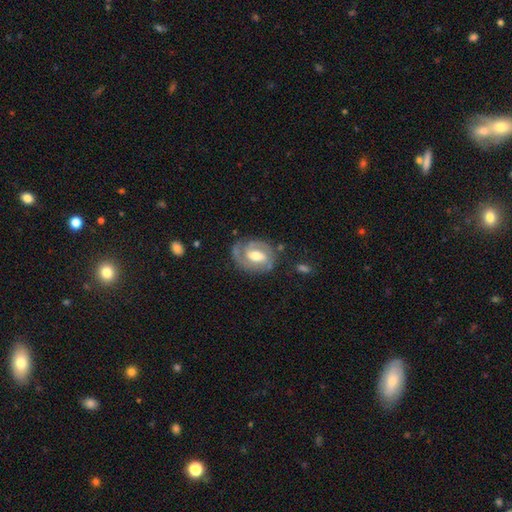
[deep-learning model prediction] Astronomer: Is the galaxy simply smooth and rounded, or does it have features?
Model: featured or disk — 81%.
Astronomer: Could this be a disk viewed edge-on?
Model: no — 97%.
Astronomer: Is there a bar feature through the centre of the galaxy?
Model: weak — 48% (runner-up: strong, 27%).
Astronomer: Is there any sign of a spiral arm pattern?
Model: yes — 91%.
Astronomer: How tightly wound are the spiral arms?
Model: tight — 52% (runner-up: medium, 38%).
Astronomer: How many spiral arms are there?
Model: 2 — 70%.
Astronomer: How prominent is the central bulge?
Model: moderate — 65%.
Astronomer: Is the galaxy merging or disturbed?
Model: none — 70%.